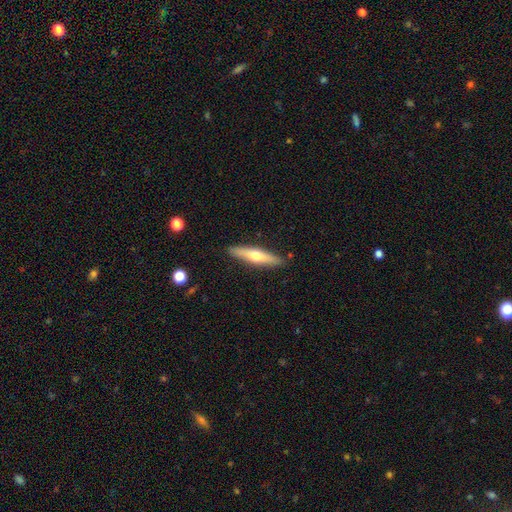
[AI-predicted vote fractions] Q: Smooth or featured?
A: featured or disk (48%); runner-up: smooth (47%)
Q: Merging?
A: none (89%); runner-up: minor disturbance (8%)